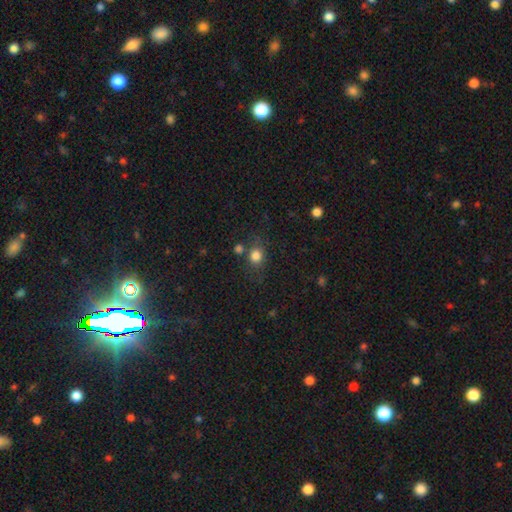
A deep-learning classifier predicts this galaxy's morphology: Smooth or featured? smooth (81%)
How rounded? round (73%)
Merging? none (70%)